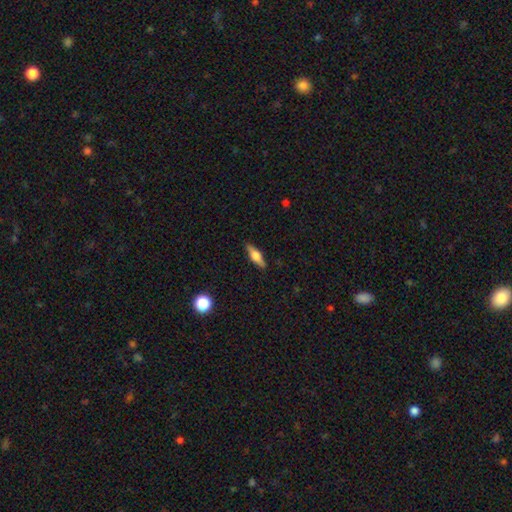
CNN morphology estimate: This appears to be a featured or disk galaxy (52%) viewed edge-on (94%). Merging: none (88%).